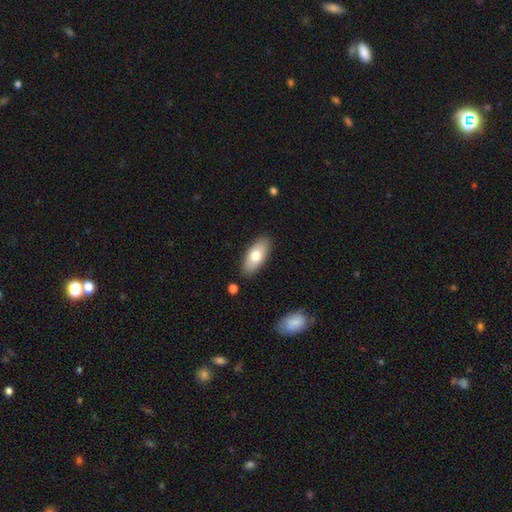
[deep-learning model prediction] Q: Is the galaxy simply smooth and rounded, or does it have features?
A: smooth — 72%.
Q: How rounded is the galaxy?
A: in between — 88%.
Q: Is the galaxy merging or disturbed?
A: none — 87%.